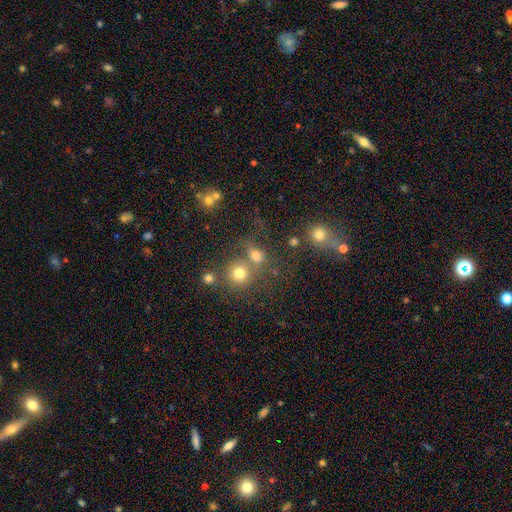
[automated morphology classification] smooth_or_featured: smooth (p=0.69) [alt: star or artifact p=0.19]
how_rounded: round (p=0.71) [alt: in between p=0.27]
merging: none (p=0.47) [alt: merger p=0.32]